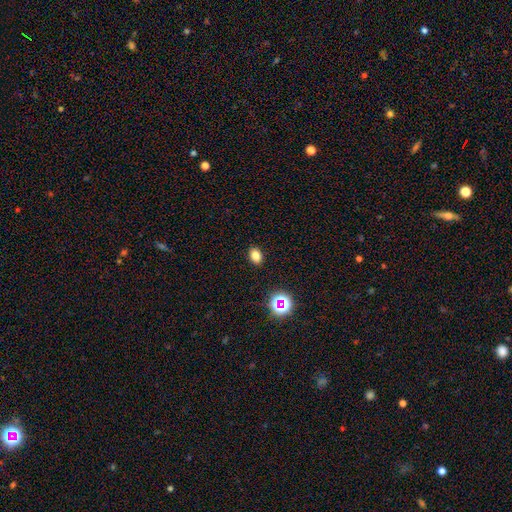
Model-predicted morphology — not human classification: A smooth galaxy with no disk features (79%) that is in between round and cigar-shaped (76%).

Vote fractions:
- Smooth or featured? smooth: 79% / star or artifact: 15% / featured or disk: 6%
- How rounded? in between: 76% / round: 23% / cigar-shaped: 1%
- Merging? none: 89% / minor disturbance: 7% / major disturbance: 2% / merger: 1%